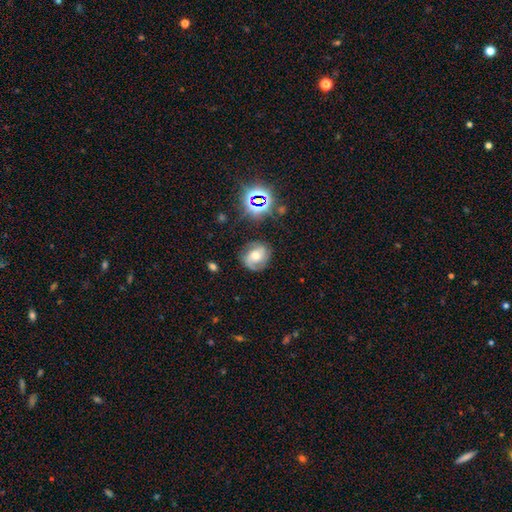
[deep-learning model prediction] featured or disk 66%, smooth 21%, star or artifact 14%. Down the decision tree: edge-on disk — no (97%); bar — no (55%); spiral arms — yes (91%); spiral arm count — 2 (73%); spiral winding — medium (44%); bulge size — moderate (66%); merging — none (75%).